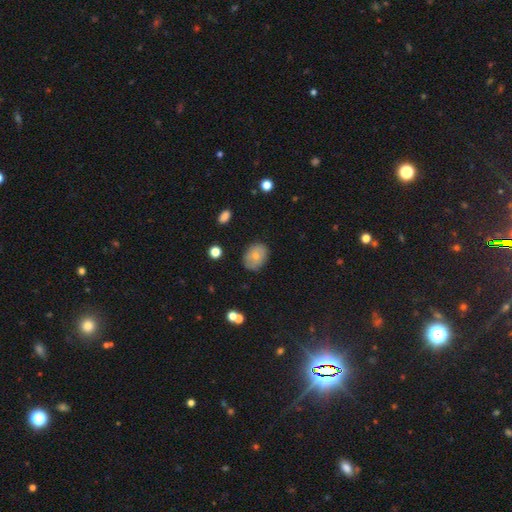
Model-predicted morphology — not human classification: Smooth or featured: smooth — 69% (featured or disk — 22%)
How rounded: in between — 64% (round — 35%)
Merging: none — 79% (minor disturbance — 15%)